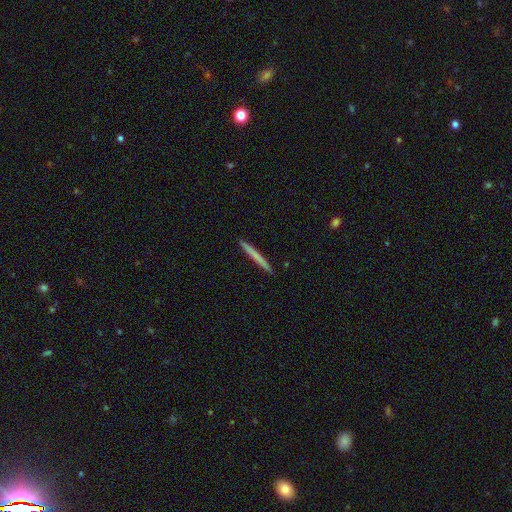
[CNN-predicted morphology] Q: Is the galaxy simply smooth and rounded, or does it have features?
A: smooth — 65%.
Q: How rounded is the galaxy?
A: cigar-shaped — 97%.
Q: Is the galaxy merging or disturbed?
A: none — 93%.